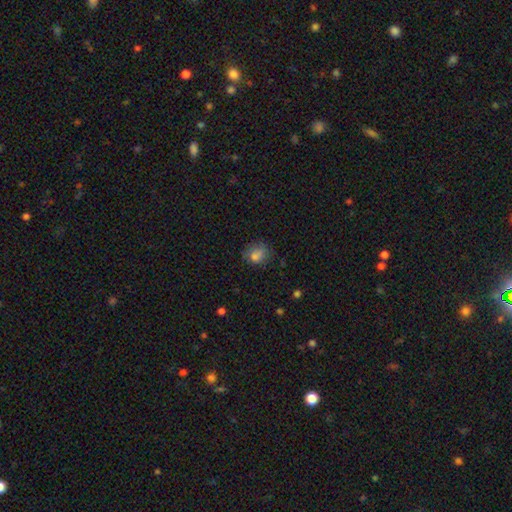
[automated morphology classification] This is likely a smooth galaxy (76%). How rounded: possibly round (57%). Merging: possibly none (57%).